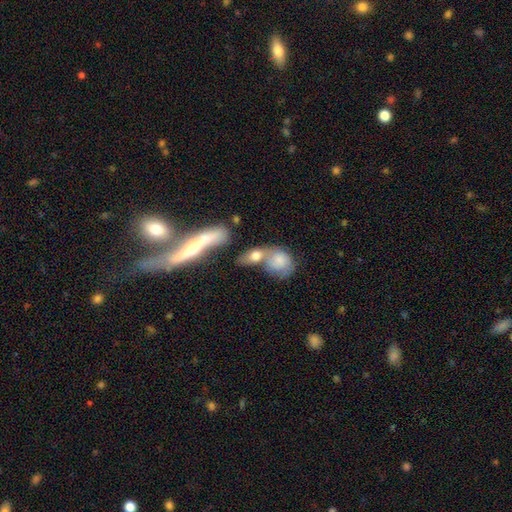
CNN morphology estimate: Q: Smooth or featured?
A: smooth (71%); runner-up: featured or disk (21%)
Q: How rounded?
A: in between (61%); runner-up: round (24%)
Q: Merging?
A: merger (49%); runner-up: none (31%)